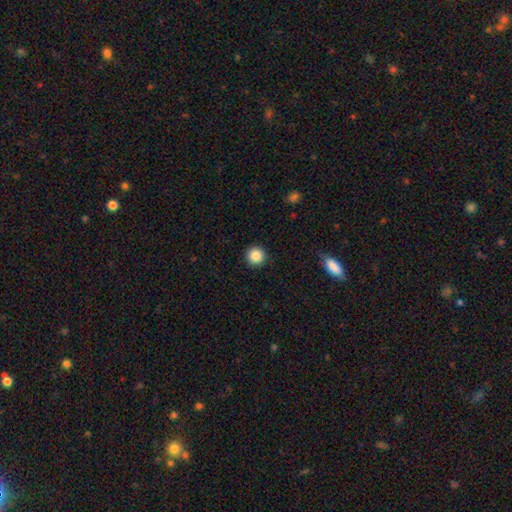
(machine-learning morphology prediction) Smooth or featured: smooth — 87% (star or artifact — 10%)
How rounded: round — 96% (in between — 3%)
Merging: none — 92% (minor disturbance — 5%)